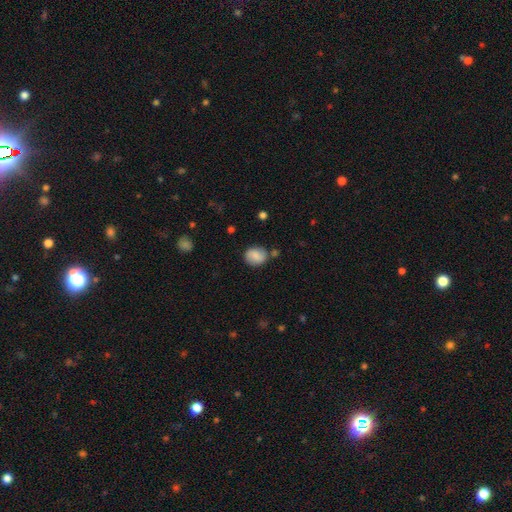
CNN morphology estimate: Overall: smooth (69%). How rounded: round (64%; in between 35%). Merging: none (73%).